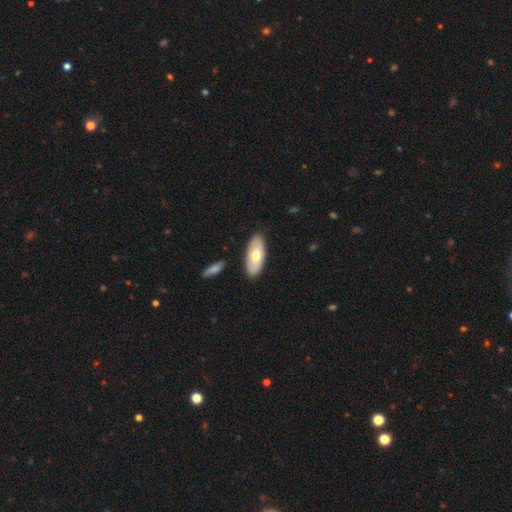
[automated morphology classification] Q: Smooth or featured?
A: smooth (59%); runner-up: featured or disk (37%)
Q: How rounded?
A: in between (88%); runner-up: cigar-shaped (10%)
Q: Merging?
A: none (86%); runner-up: minor disturbance (10%)